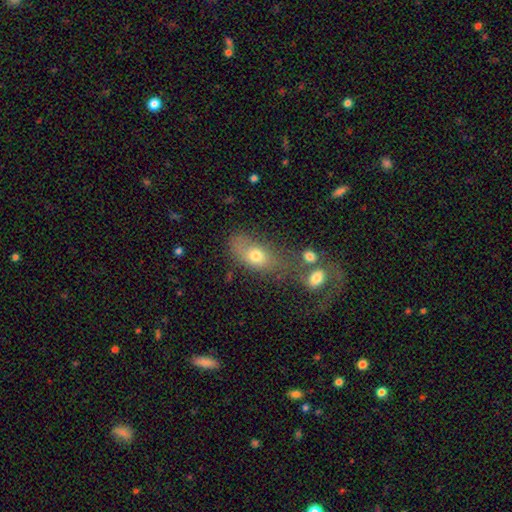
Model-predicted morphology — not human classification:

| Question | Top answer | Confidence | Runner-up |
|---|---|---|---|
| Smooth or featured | smooth | 71% | featured or disk (18%) |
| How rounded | in between | 80% | round (15%) |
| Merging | none | 41% | merger (24%) |